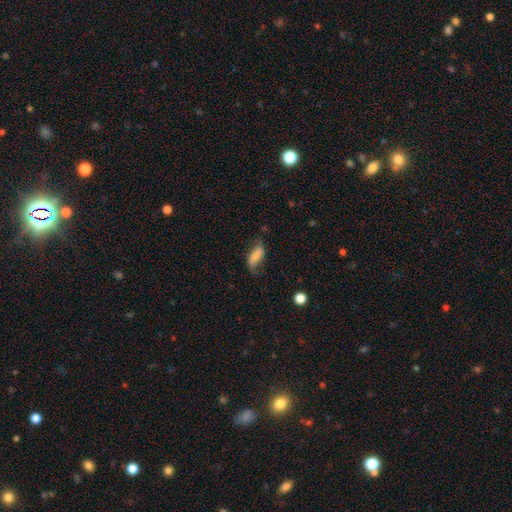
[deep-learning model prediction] The model was most divided on "merging": none: 54%, minor disturbance: 29%, major disturbance: 15%, merger: 2%. More confident: how rounded — in between (83%); smooth or featured — smooth (60%).